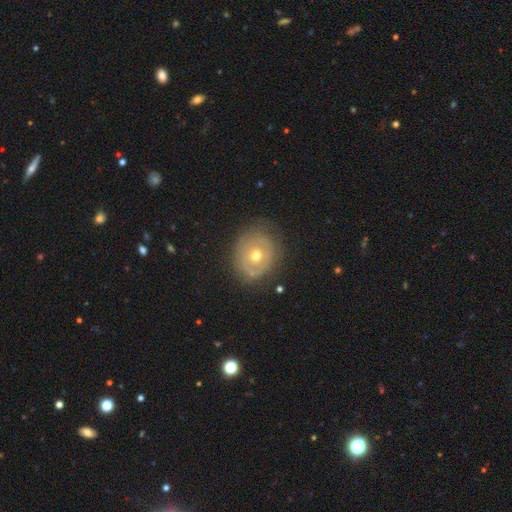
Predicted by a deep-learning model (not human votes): featured or disk 57%, smooth 35%, star or artifact 8%. Down the decision tree: edge-on disk — no (95%); bar — no (88%); spiral arms — no (66%); bulge size — moderate (66%); merging — none (75%).